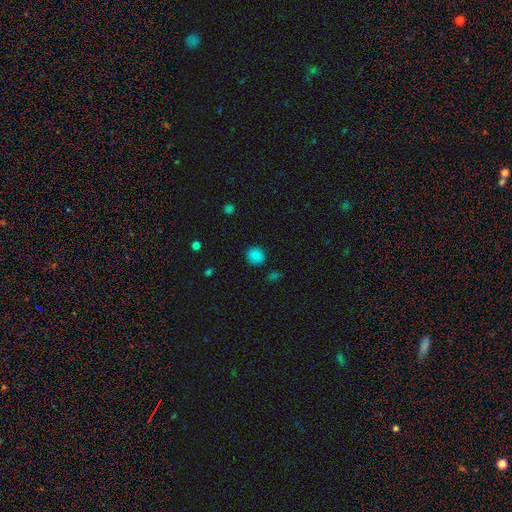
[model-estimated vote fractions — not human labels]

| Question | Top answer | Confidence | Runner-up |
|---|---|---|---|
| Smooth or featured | smooth | 84% | star or artifact (13%) |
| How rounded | round | 81% | in between (18%) |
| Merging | none | 85% | minor disturbance (10%) |